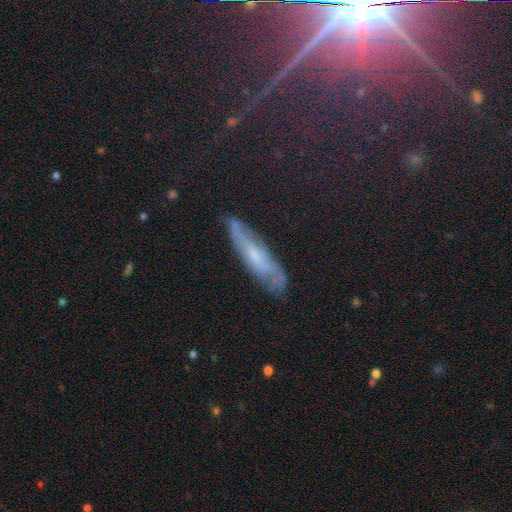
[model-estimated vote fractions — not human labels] A featured or disk galaxy (49%). Merging: none (73%).